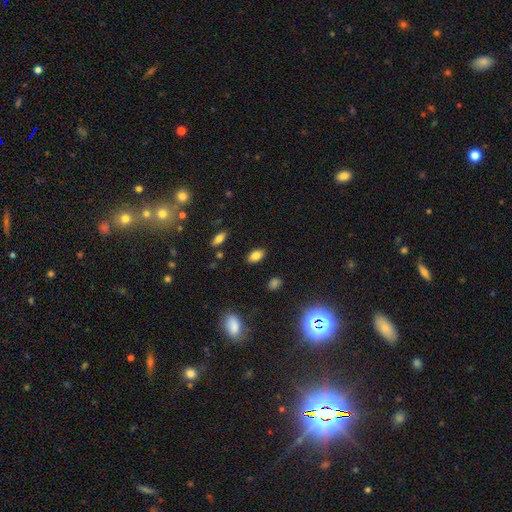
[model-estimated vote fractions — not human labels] Q: Smooth or featured?
A: smooth (83%); runner-up: star or artifact (10%)
Q: How rounded?
A: in between (91%); runner-up: round (6%)
Q: Merging?
A: none (86%); runner-up: minor disturbance (9%)